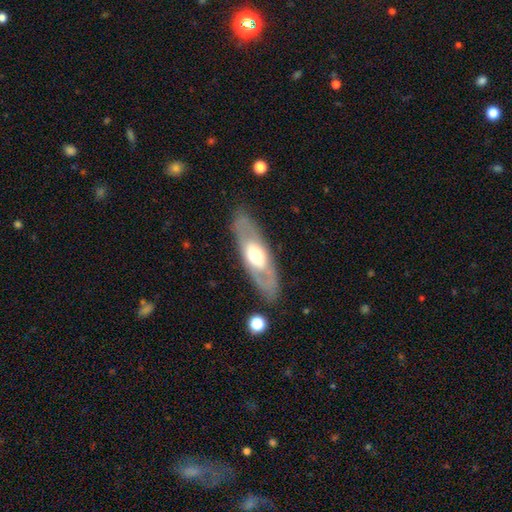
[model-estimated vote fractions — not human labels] This appears to be a featured or disk galaxy (58%). Merging: none (82%).